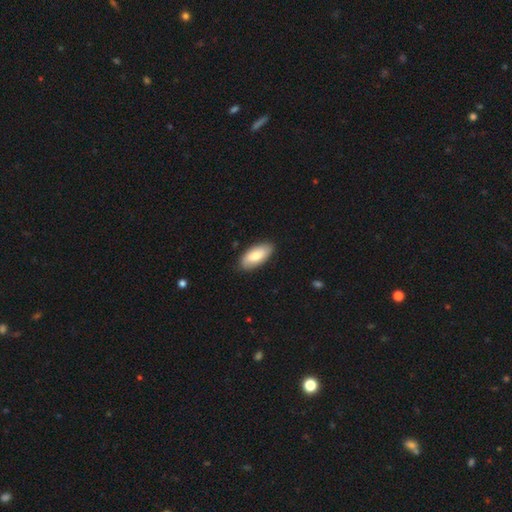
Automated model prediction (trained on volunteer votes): smooth_or_featured: smooth (p=0.77) [alt: featured or disk p=0.18]
how_rounded: in between (p=0.91) [alt: cigar-shaped p=0.07]
merging: none (p=0.85) [alt: minor disturbance p=0.12]